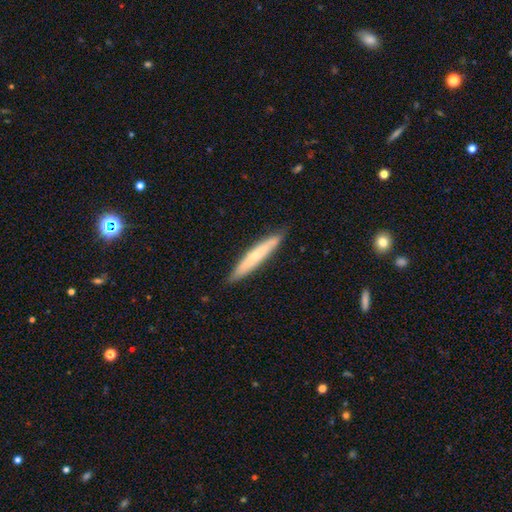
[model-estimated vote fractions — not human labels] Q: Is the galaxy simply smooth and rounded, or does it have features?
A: smooth — 54%.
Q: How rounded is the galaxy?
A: cigar-shaped — 94%.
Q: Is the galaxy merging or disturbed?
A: none — 87%.